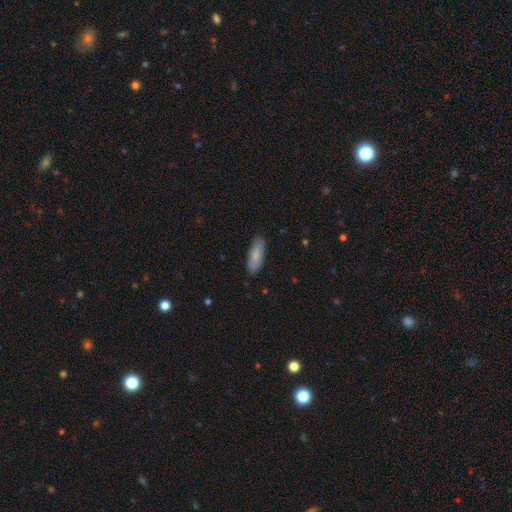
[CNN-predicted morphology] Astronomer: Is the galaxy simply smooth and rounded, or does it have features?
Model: smooth — 82%.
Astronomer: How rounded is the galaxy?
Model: in between — 62% (runner-up: cigar-shaped, 37%).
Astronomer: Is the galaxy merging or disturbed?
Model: none — 86%.